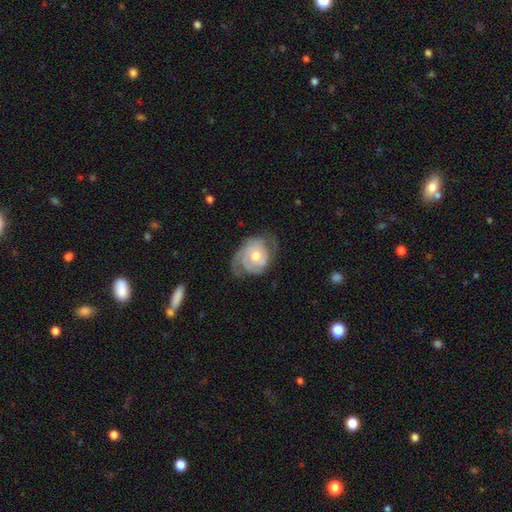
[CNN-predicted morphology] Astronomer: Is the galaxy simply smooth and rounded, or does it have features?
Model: featured or disk — 75%.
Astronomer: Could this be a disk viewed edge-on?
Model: no — 97%.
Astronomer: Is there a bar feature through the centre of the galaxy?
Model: no — 74%.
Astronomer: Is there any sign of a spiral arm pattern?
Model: yes — 89%.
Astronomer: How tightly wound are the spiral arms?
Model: tight — 54% (runner-up: medium, 32%).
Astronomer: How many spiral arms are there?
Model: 2 — 38% (runner-up: can't tell, 27%).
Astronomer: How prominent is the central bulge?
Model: moderate — 73%.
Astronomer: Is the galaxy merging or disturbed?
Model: none — 55%.